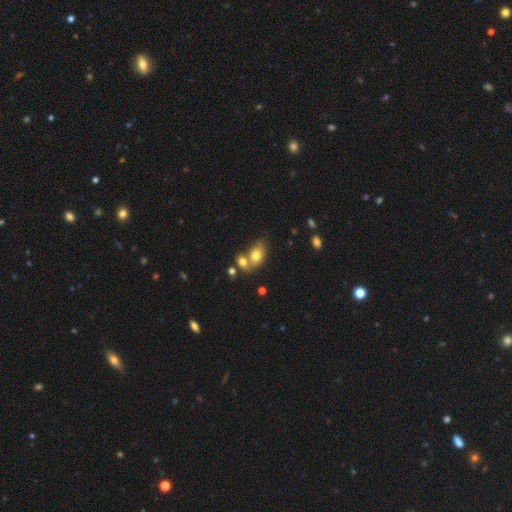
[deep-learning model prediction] This is likely a smooth galaxy (75%). How rounded: likely in between (76%). Merging: marginally merger (43%).